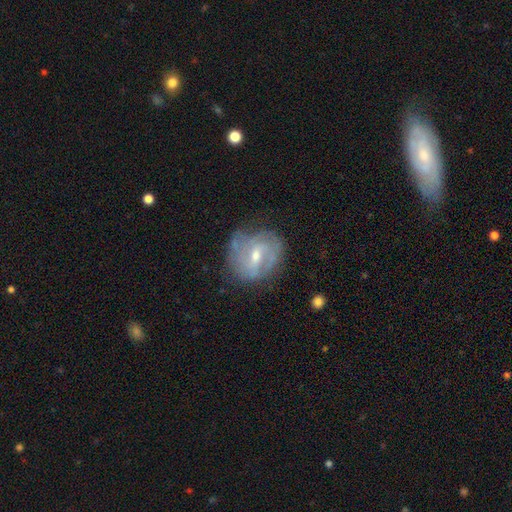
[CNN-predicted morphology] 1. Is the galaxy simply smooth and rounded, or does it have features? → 74% featured or disk, 19% smooth, 7% star or artifact.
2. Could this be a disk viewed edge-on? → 97% no, 3% yes.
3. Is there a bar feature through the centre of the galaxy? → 57% weak, 23% no, 20% strong.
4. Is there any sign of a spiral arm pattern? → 83% yes, 17% no.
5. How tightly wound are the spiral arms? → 45% tight, 38% medium, 17% loose.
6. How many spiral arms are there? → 40% 2, 36% can't tell, 13% 3, 5% 1, 4% 4, 3% more than 4.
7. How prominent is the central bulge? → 52% moderate, 43% small, 2% large, 2% none, 1% dominant.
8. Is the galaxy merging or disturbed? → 66% none, 23% minor disturbance, 9% major disturbance, 2% merger.